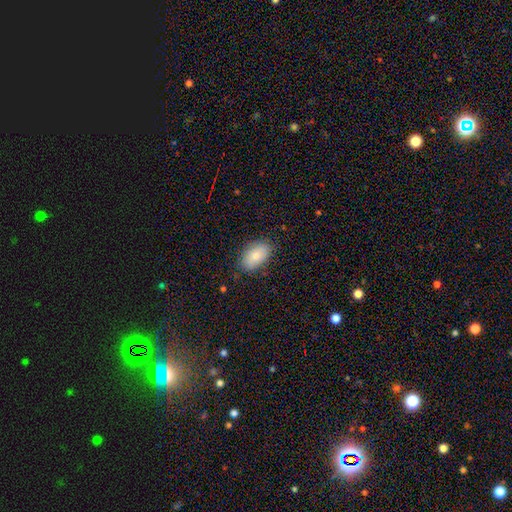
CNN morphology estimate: Overall: smooth (78%). How rounded: in between (91%). Merging: none (83%).